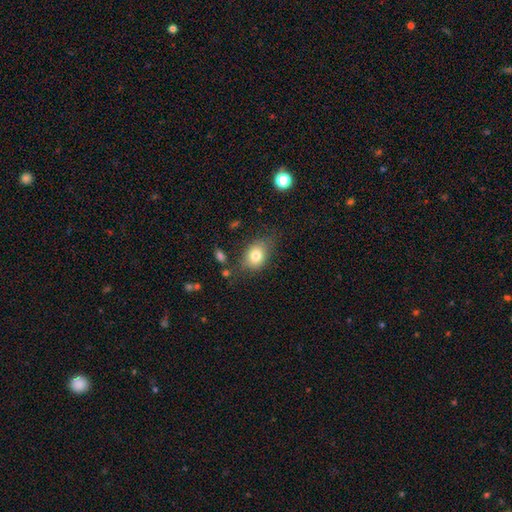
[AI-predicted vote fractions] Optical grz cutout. It shows a smooth galaxy with no disk features (79%) that is in between round and cigar-shaped (67%). Merging: none (66%).